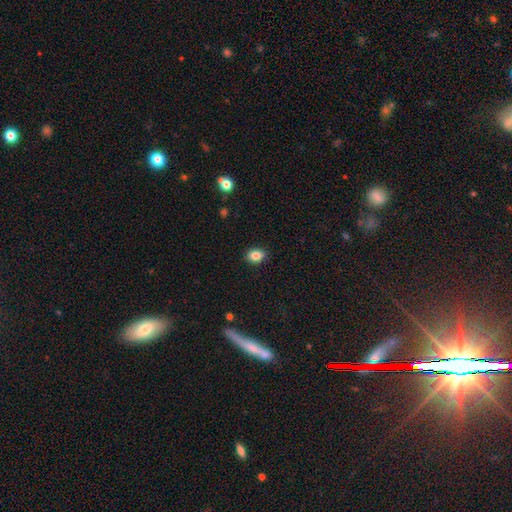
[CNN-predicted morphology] A smooth galaxy with no disk features (83%) that is in between round and cigar-shaped (68%). Merging: none (89%).